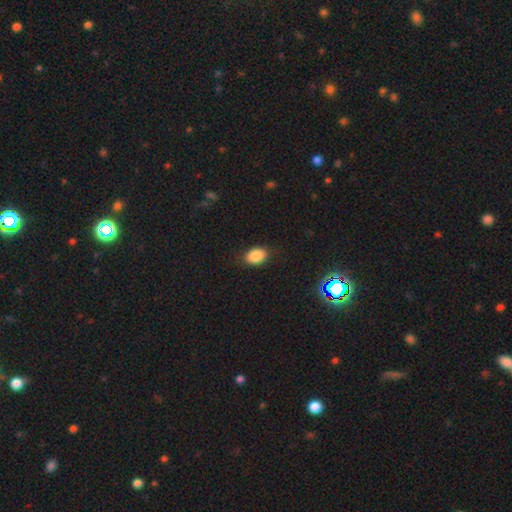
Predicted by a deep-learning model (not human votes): A smooth galaxy with no disk features (85%) that is in between round and cigar-shaped (82%). Merging: none (83%).